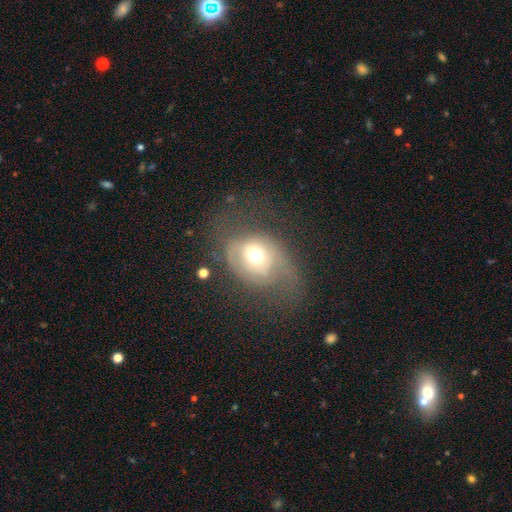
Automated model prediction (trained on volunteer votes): Smooth or featured: smooth — 47% (featured or disk — 43%)
Merging: none — 37% (major disturbance — 36%)